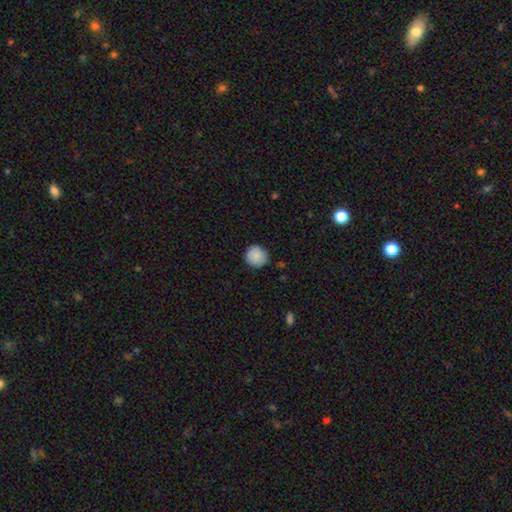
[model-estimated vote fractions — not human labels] Overall: smooth (88%). How rounded: round (92%). Merging: none (86%).